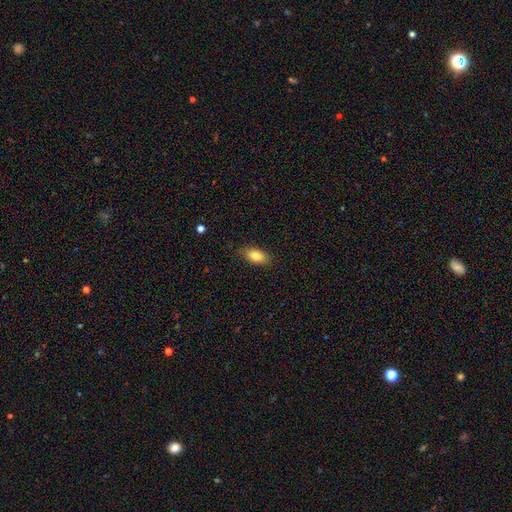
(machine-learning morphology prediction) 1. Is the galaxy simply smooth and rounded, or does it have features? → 84% smooth, 9% featured or disk, 8% star or artifact.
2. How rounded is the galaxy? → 90% in between, 5% round, 5% cigar-shaped.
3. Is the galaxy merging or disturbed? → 86% none, 11% minor disturbance, 2% major disturbance, 1% merger.